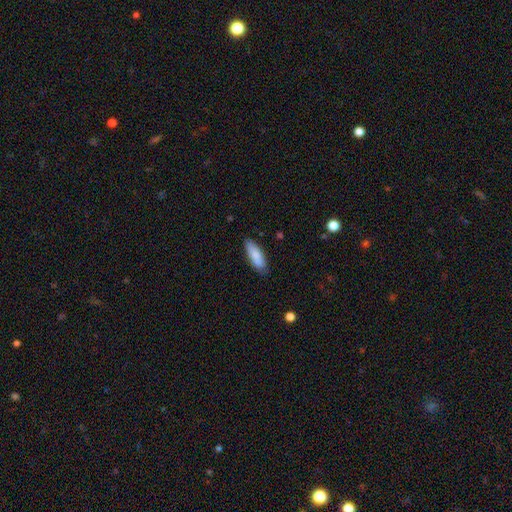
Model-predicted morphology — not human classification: smooth_or_featured: smooth (p=0.85) [alt: featured or disk p=0.09]
how_rounded: in between (p=0.59) [alt: cigar-shaped p=0.39]
merging: none (p=0.82) [alt: minor disturbance p=0.15]